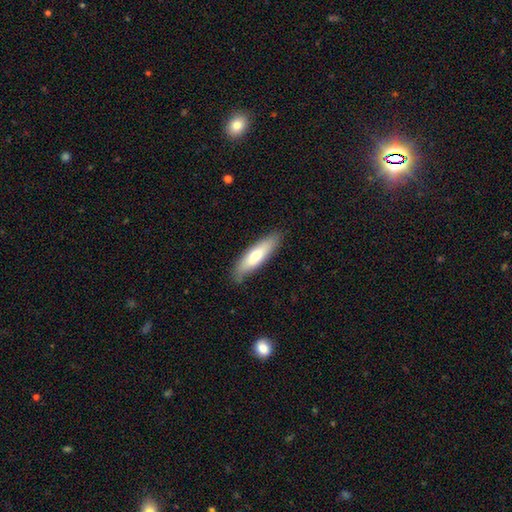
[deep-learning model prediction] This is likely a smooth galaxy (65%). How rounded: likely cigar-shaped (62%). Merging: clearly none (83%).